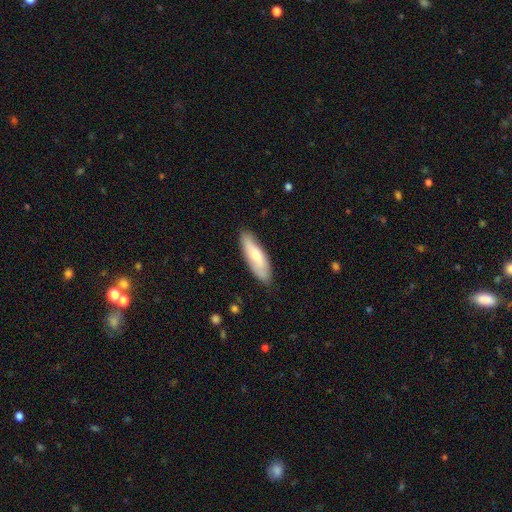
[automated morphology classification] Smooth or featured? Predicted: smooth (p=0.66). How rounded? Predicted: in between (p=0.51). Merging? Predicted: none (p=0.81).